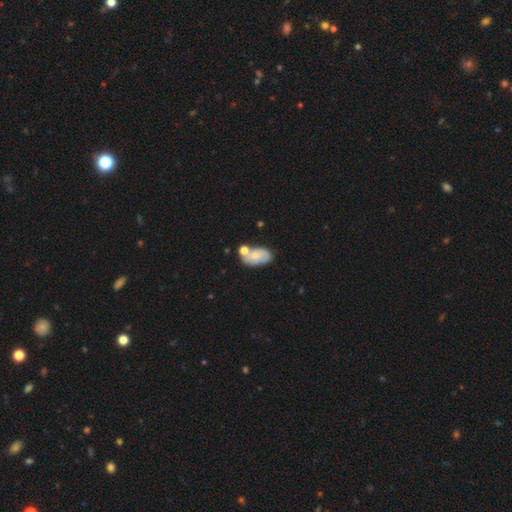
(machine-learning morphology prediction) The model was most divided on "smooth or featured": smooth: 53%, featured or disk: 38%, star or artifact: 8%. Remaining: how rounded — in between (89%); merging — none (44%).